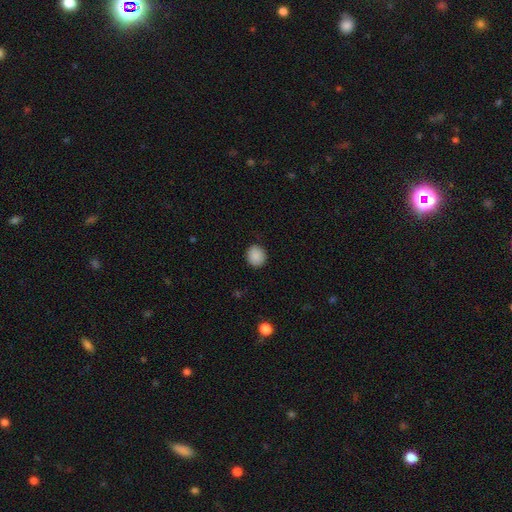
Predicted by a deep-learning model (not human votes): smooth_or_featured: smooth (p=0.89) [alt: star or artifact p=0.08]
how_rounded: round (p=0.81) [alt: in between p=0.18]
merging: none (p=0.89) [alt: minor disturbance p=0.08]